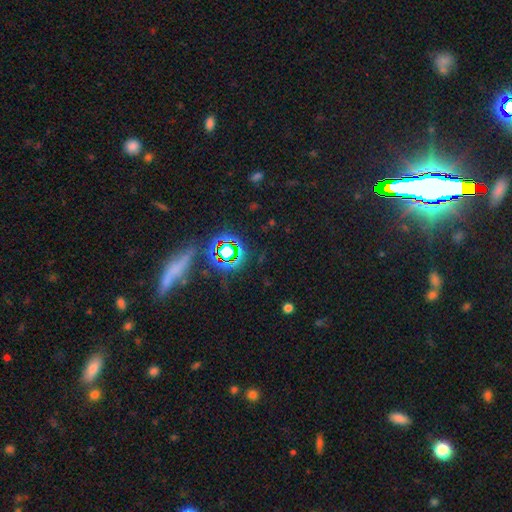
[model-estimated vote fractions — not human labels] A star or artifact, not a galaxy (69%).

Vote fractions:
- Smooth or featured? star or artifact: 69% / smooth: 19% / featured or disk: 12%